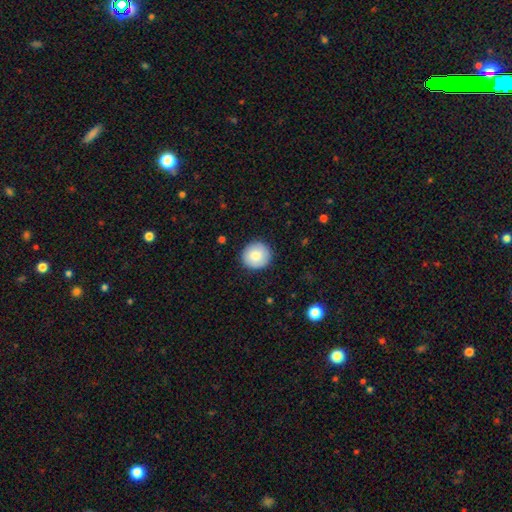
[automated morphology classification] This appears to be a smooth galaxy with no disk features (83%) that is round (94%). Merging: none (90%).